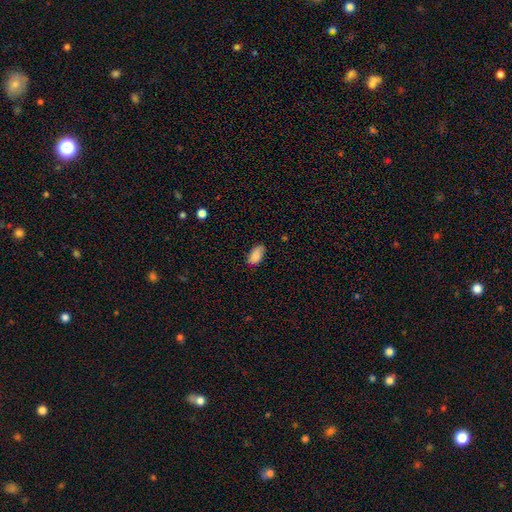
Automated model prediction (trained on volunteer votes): This appears to be a smooth galaxy with no disk features (85%) that is in between round and cigar-shaped (93%). Merging: none (75%).